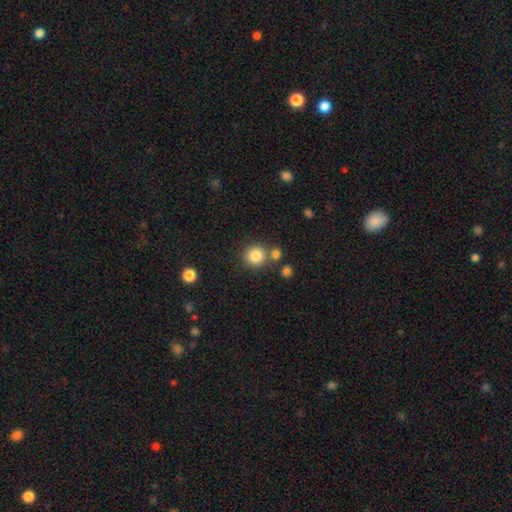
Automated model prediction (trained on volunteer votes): A smooth galaxy with no disk features (84%) that is round (92%).

Vote fractions:
- Smooth or featured? smooth: 84% / star or artifact: 10% / featured or disk: 6%
- How rounded? round: 92% / in between: 7% / cigar-shaped: 1%
- Merging? none: 74% / merger: 14% / minor disturbance: 8% / major disturbance: 3%